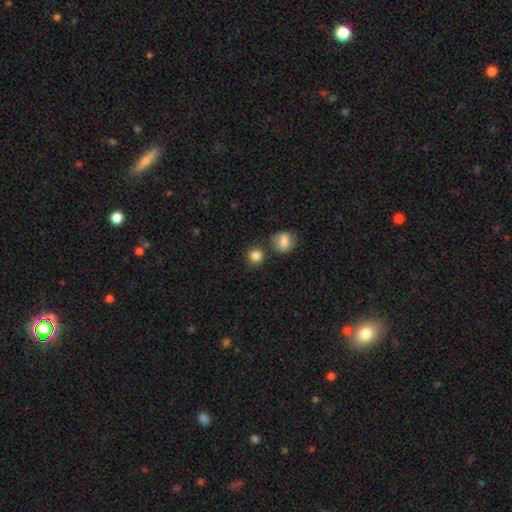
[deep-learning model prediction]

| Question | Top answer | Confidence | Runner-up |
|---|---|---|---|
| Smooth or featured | smooth | 86% | star or artifact (9%) |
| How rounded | round | 87% | in between (12%) |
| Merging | none | 72% | merger (14%) |